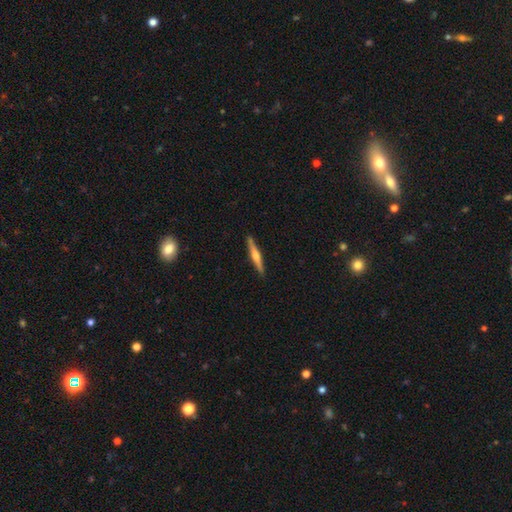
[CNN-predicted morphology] Q: Smooth or featured?
A: featured or disk (67%); runner-up: smooth (28%)
Q: Edge-on disk?
A: yes (97%); runner-up: no (3%)
Q: Edge-on bulge?
A: rounded (86%); runner-up: none (7%)
Q: Merging?
A: none (90%); runner-up: minor disturbance (7%)